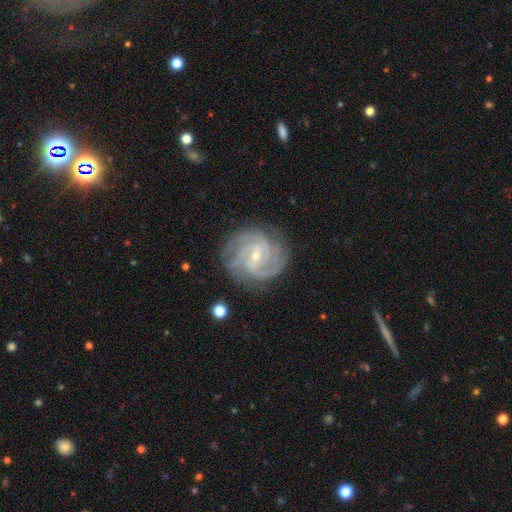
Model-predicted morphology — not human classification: The model was most divided on "spiral arm count": 3: 37%, 4: 28%, 2: 12%, can't tell: 12%, more than 4: 6%, 1: 6%. Remaining: spiral arms — yes (98%); edge-on disk — no (98%); smooth or featured — featured or disk (92%); merging — none (81%); bulge size — small (73%); spiral winding — tight (64%); bar — weak (48%).